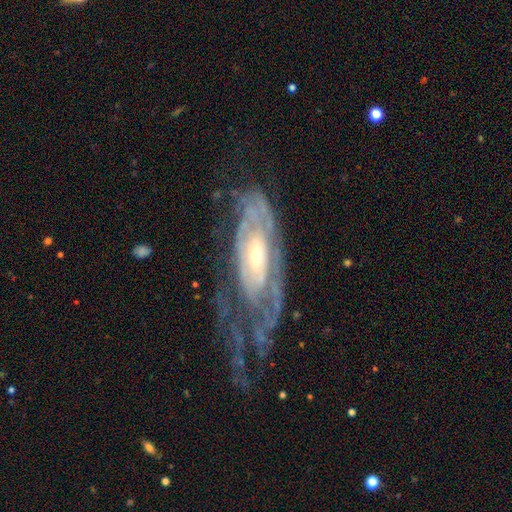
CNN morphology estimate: Smooth or featured? Predicted: featured or disk (p=0.84). Edge-on disk? Predicted: no (p=0.88). Bar? Predicted: no (p=0.63). Spiral arms? Predicted: yes (p=0.91). Spiral winding? Predicted: tight (p=0.70). Spiral arm count? Predicted: can't tell (p=0.51). Bulge size? Predicted: small (p=0.56). Merging? Predicted: none (p=0.43).